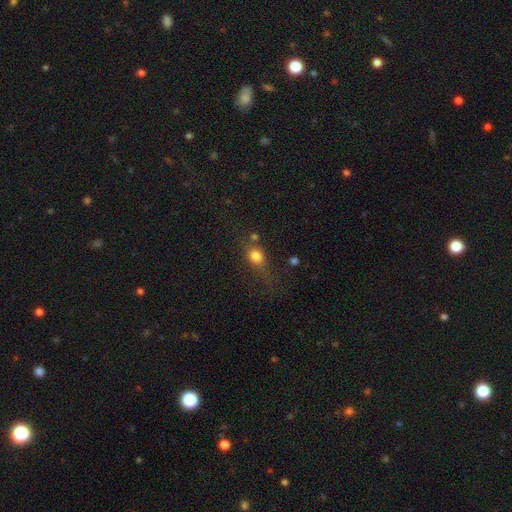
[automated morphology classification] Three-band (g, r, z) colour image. It shows a smooth galaxy with no disk features (77%) that is in between round and cigar-shaped (51%). Merging: none (53%).